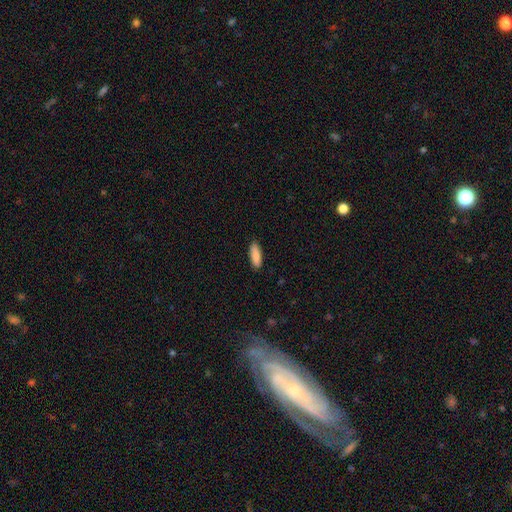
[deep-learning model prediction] Smooth or featured?
  - smooth: 88% *
  - featured or disk: 6%
  - star or artifact: 6%
How rounded?
  - in between: 57% *
  - cigar-shaped: 42%
  - round: 2%
Merging?
  - none: 88% *
  - minor disturbance: 9%
  - major disturbance: 2%
  - merger: 1%